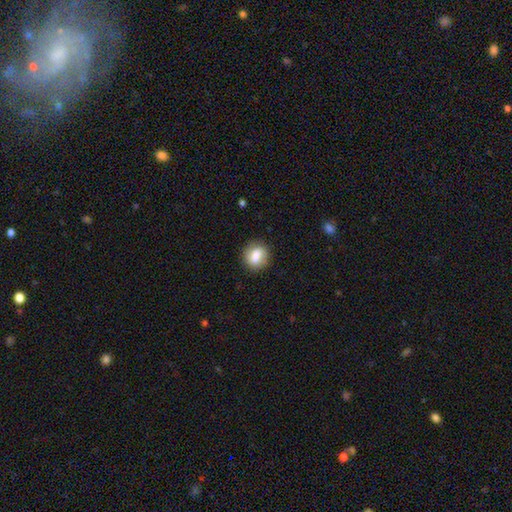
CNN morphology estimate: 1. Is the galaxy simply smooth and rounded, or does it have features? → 75% smooth, 17% featured or disk, 8% star or artifact.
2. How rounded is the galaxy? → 60% round, 38% in between, 2% cigar-shaped.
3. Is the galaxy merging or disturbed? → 81% none, 14% minor disturbance, 4% major disturbance, 2% merger.